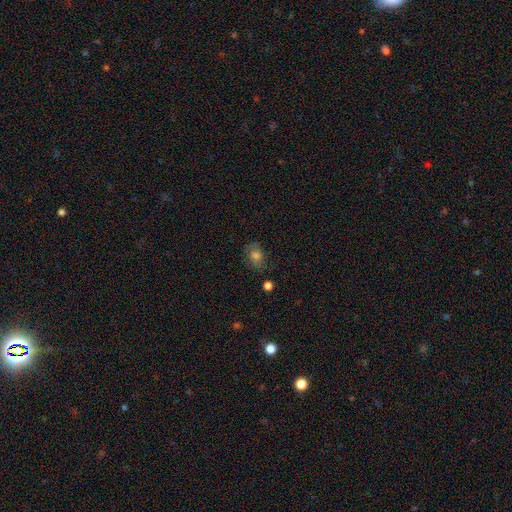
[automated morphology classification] Smooth or featured?
  - smooth: 45% *
  - featured or disk: 35%
  - star or artifact: 20%
Merging?
  - none: 66% *
  - minor disturbance: 20%
  - major disturbance: 11%
  - merger: 2%